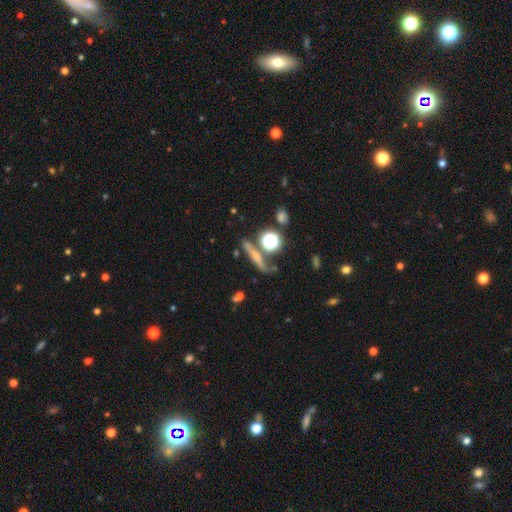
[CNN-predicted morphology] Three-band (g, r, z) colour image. It shows a smooth galaxy with no disk features (45%). Merging: none (64%).